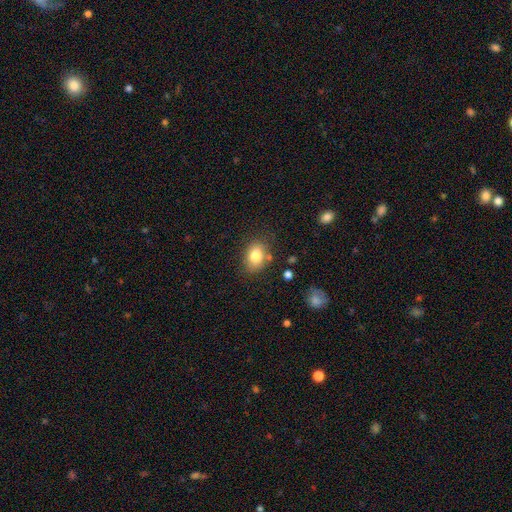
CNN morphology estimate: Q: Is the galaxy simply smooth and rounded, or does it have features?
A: smooth — 81%.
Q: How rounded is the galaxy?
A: in between — 67%.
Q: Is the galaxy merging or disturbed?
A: none — 77%.